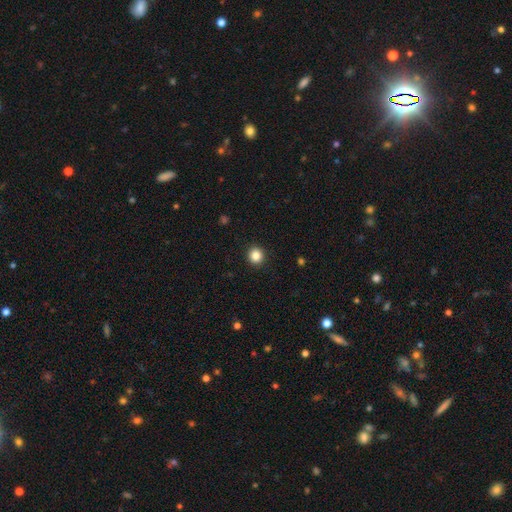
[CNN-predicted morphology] Smooth or featured? Predicted: smooth (p=0.85). How rounded? Predicted: round (p=0.92). Merging? Predicted: none (p=0.93).